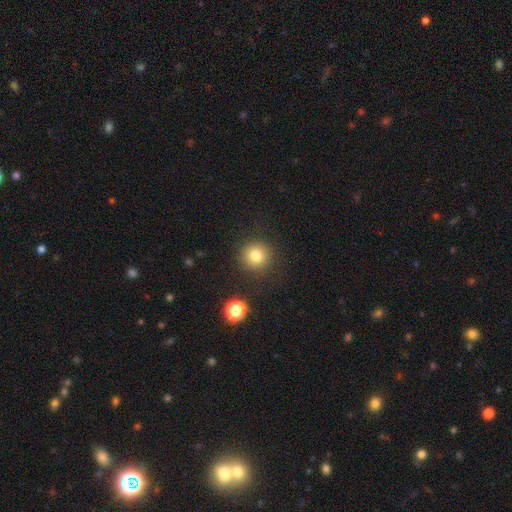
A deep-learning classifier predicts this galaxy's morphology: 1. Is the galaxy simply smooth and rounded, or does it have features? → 80% smooth, 13% star or artifact, 7% featured or disk.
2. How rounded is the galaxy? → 94% round, 5% in between, 1% cigar-shaped.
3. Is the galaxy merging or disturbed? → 88% none, 7% minor disturbance, 3% major disturbance, 2% merger.